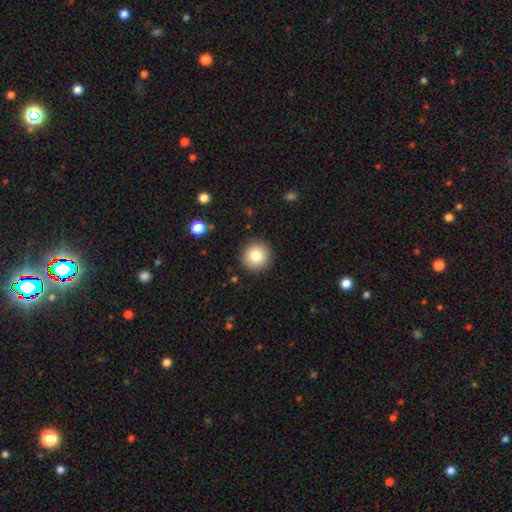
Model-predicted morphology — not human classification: Overall: smooth (81%). How rounded: round (94%). Merging: none (91%).